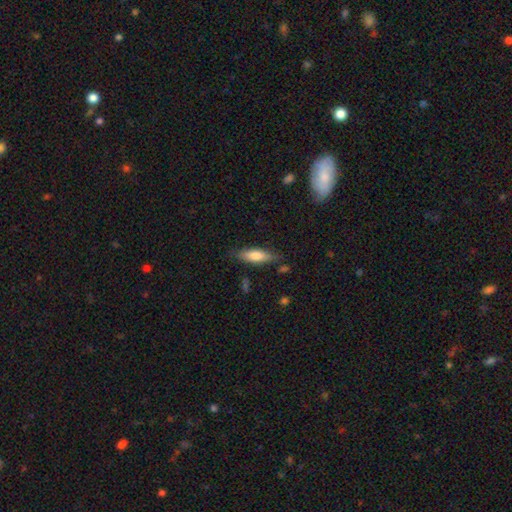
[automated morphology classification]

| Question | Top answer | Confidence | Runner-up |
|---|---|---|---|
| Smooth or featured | smooth | 71% | featured or disk (22%) |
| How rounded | in between | 50% | cigar-shaped (48%) |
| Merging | none | 77% | minor disturbance (17%) |